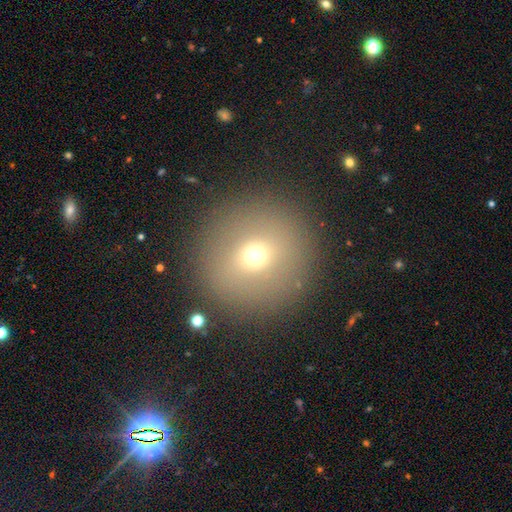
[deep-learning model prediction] Smooth or featured: smooth — 65% (star or artifact — 20%)
How rounded: round — 95% (in between — 4%)
Merging: none — 89% (minor disturbance — 6%)